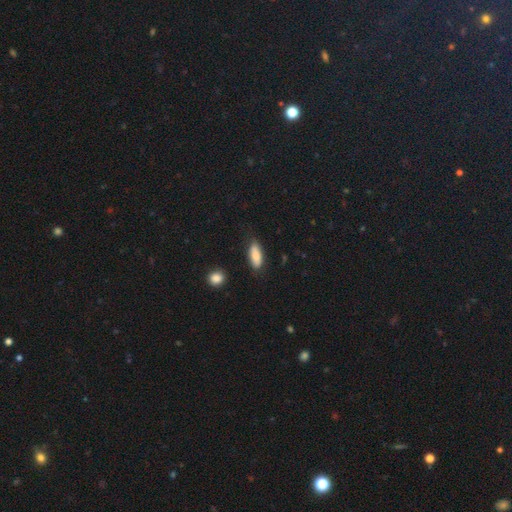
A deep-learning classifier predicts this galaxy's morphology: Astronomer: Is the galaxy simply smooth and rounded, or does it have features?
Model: smooth — 79%.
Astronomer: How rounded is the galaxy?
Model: in between — 76%.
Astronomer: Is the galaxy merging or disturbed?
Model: none — 79%.